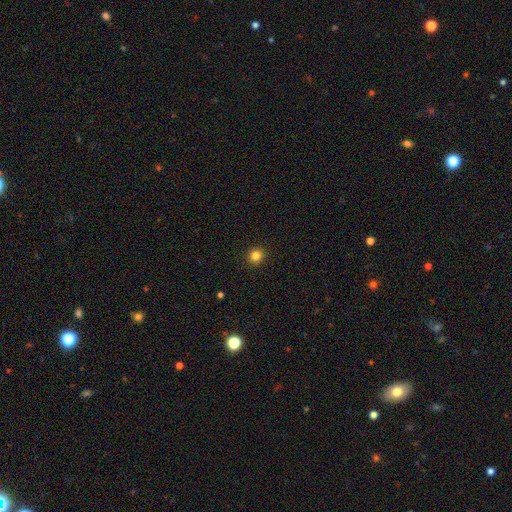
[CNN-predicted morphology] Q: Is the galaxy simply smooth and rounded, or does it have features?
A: smooth — 83%.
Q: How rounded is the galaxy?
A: round — 91%.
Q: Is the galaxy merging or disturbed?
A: none — 92%.